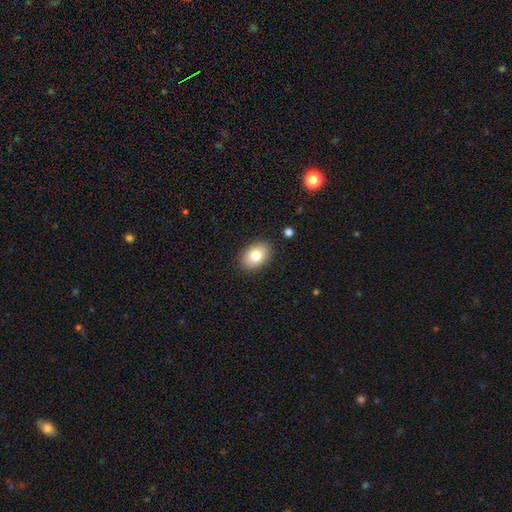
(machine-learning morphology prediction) A smooth galaxy with no disk features (81%) that is in between round and cigar-shaped (85%).

Vote fractions:
- Smooth or featured? smooth: 81% / featured or disk: 11% / star or artifact: 8%
- How rounded? in between: 85% / round: 14% / cigar-shaped: 1%
- Merging? none: 88% / minor disturbance: 9% / major disturbance: 2% / merger: 1%